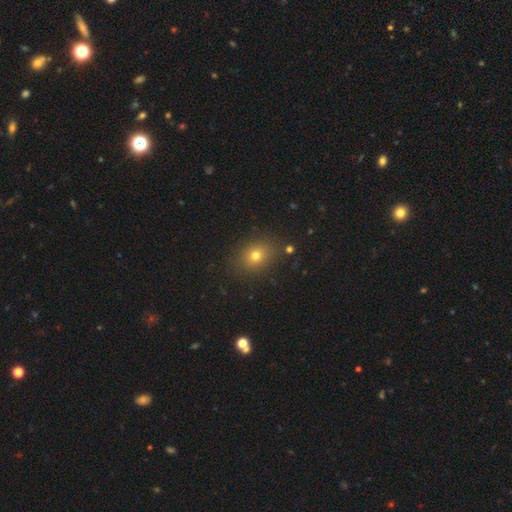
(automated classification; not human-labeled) This appears to be a smooth galaxy with no disk features (73%) that is round (52%). Merging: none (84%).